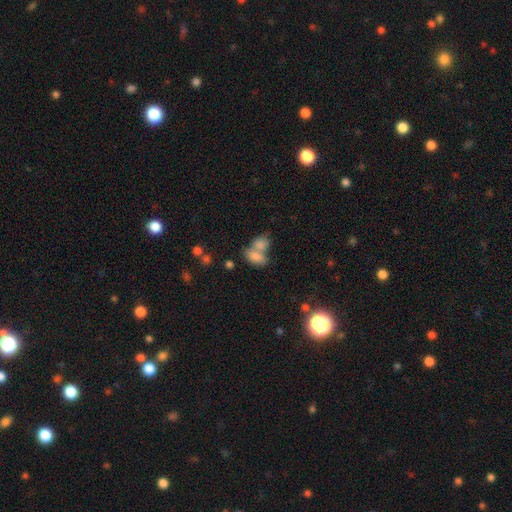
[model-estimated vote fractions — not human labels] This is likely a smooth galaxy (79%). How rounded: clearly in between (87%). Merging: possibly merger (59%).